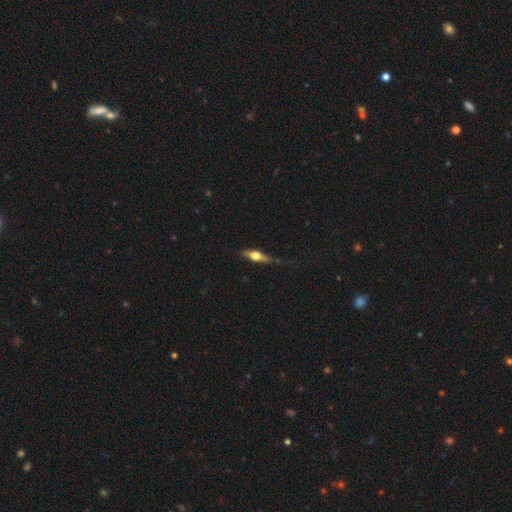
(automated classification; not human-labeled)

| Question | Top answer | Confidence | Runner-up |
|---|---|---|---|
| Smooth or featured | featured or disk | 63% | smooth (31%) |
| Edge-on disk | yes | 95% | no (5%) |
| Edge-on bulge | rounded | 94% | boxy (4%) |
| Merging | none | 73% | minor disturbance (19%) |